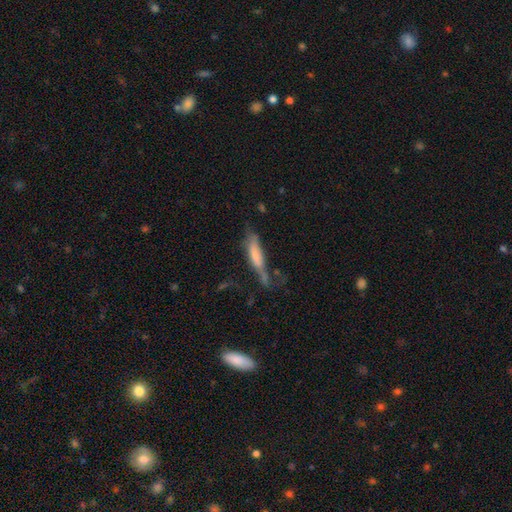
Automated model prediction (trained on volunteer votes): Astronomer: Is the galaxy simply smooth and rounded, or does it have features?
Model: smooth — 57% (runner-up: featured or disk, 34%).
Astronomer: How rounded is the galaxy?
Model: cigar-shaped — 73%.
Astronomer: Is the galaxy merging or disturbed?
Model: none — 33% (runner-up: major disturbance, 31%).